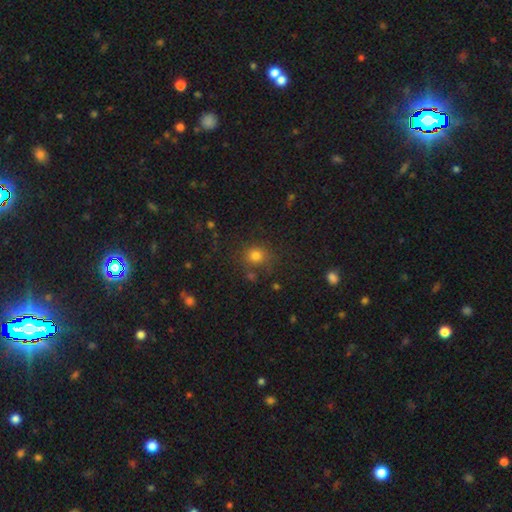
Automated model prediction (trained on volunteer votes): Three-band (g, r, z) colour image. It shows a smooth galaxy with no disk features (79%) that is round (84%). Merging: none (78%).